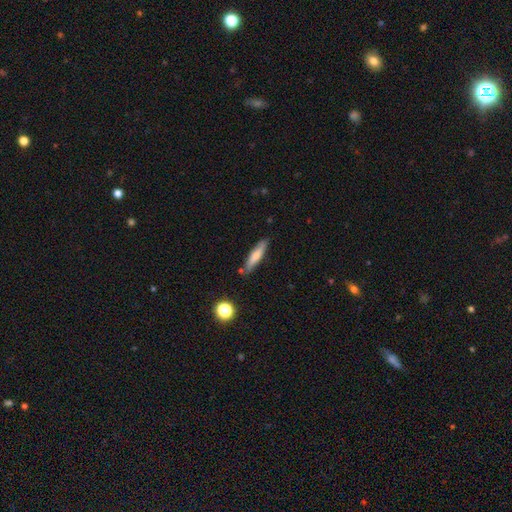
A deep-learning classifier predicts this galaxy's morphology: smooth_or_featured: smooth (p=0.66) [alt: featured or disk p=0.27]
how_rounded: cigar-shaped (p=0.83) [alt: in between p=0.15]
merging: none (p=0.81) [alt: minor disturbance p=0.13]